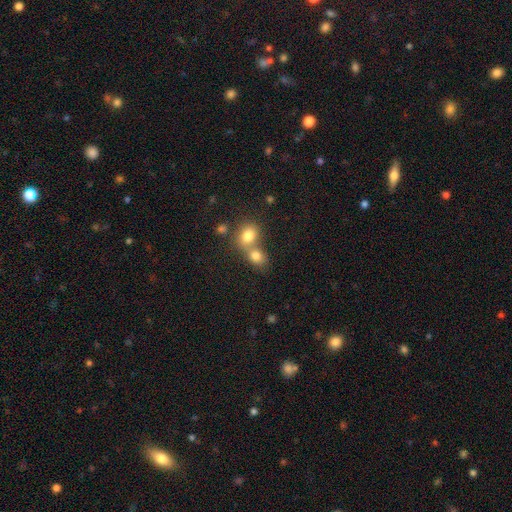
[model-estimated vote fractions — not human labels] smooth-or-featured: smooth: 79% | star or artifact: 11% | featured or disk: 10%
  how-rounded: in between: 51% | round: 48% | cigar-shaped: 1%
  merging: merger: 58% | none: 32% | minor disturbance: 7% | major disturbance: 3%